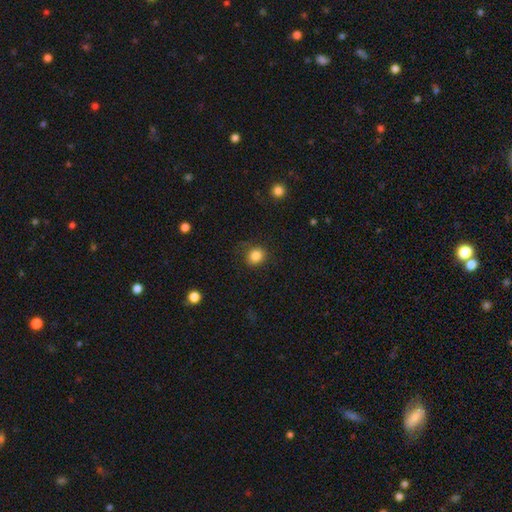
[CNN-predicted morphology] Q: Smooth or featured?
A: smooth (84%); runner-up: star or artifact (11%)
Q: How rounded?
A: round (78%); runner-up: in between (21%)
Q: Merging?
A: none (81%); runner-up: minor disturbance (13%)